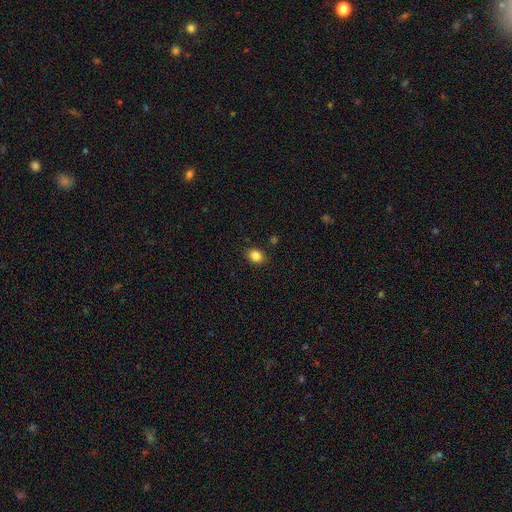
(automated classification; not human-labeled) smooth_or_featured: smooth (p=0.85) [alt: star or artifact p=0.11]
how_rounded: round (p=0.50) [alt: in between p=0.49]
merging: none (p=0.88) [alt: minor disturbance p=0.08]